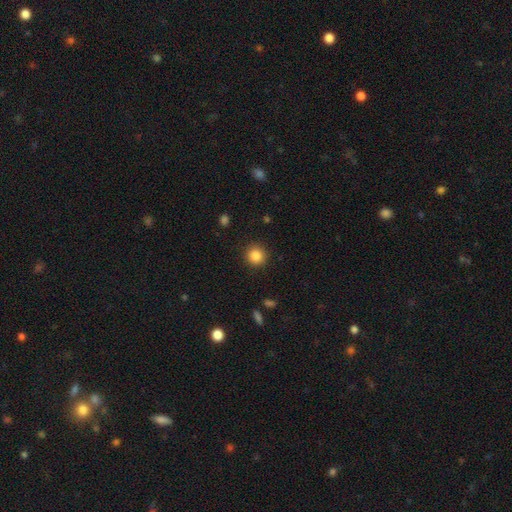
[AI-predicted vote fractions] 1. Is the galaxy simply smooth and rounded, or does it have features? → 86% smooth, 10% star or artifact, 4% featured or disk.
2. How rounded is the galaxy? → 91% round, 8% in between, 1% cigar-shaped.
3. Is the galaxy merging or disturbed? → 90% none, 6% minor disturbance, 2% major disturbance, 1% merger.